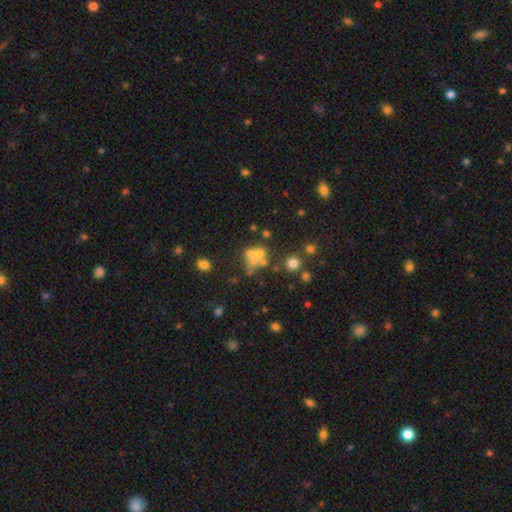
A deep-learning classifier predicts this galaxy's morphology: Smooth or featured?
  - smooth: 46% *
  - featured or disk: 33%
  - star or artifact: 21%
Merging?
  - merger: 39% *
  - none: 30%
  - major disturbance: 17%
  - minor disturbance: 13%